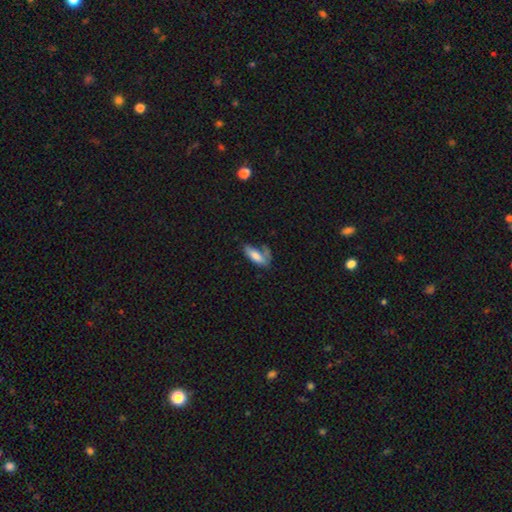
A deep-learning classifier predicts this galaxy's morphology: Smooth or featured? Predicted: smooth (p=0.77). How rounded? Predicted: in between (p=0.70). Merging? Predicted: none (p=0.45).